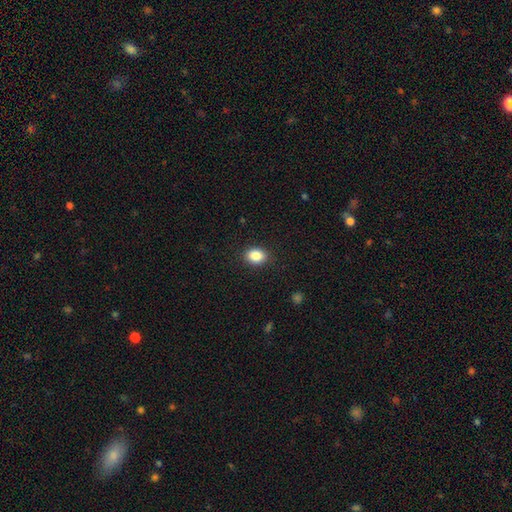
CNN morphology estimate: smooth 87%, star or artifact 9%, featured or disk 4%. Down the decision tree: how rounded — in between (61%); merging — none (88%).